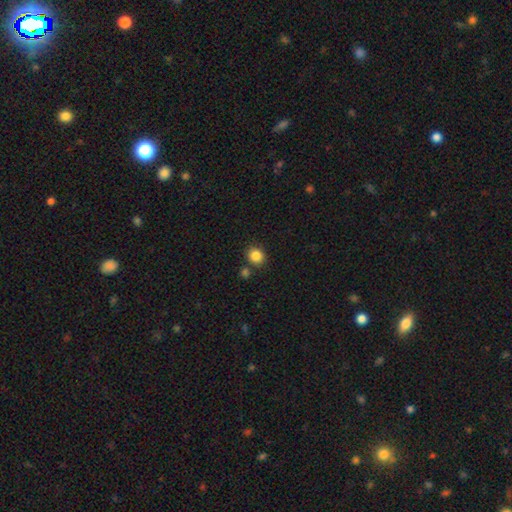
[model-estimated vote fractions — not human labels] smooth-or-featured: smooth: 85% | star or artifact: 10% | featured or disk: 4%
  how-rounded: round: 78% | in between: 21% | cigar-shaped: 1%
  merging: none: 79% | merger: 9% | minor disturbance: 9% | major disturbance: 3%